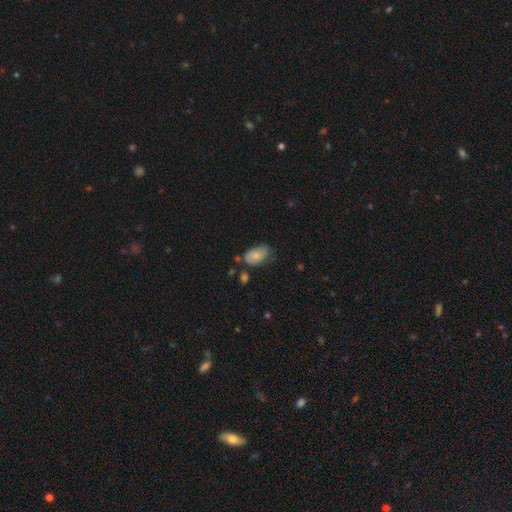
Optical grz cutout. It shows a smooth galaxy with no disk features (76%) that is in between round and cigar-shaped (97%). Merging: none (38%, tied with minor disturbance).